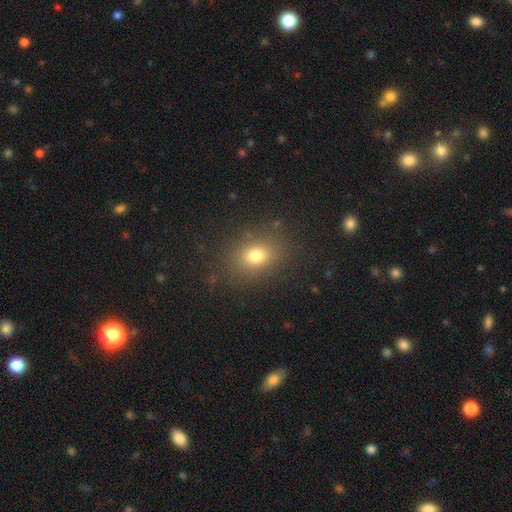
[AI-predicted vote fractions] This is likely a smooth galaxy (75%). How rounded: possibly in between (57%). Merging: clearly none (83%).